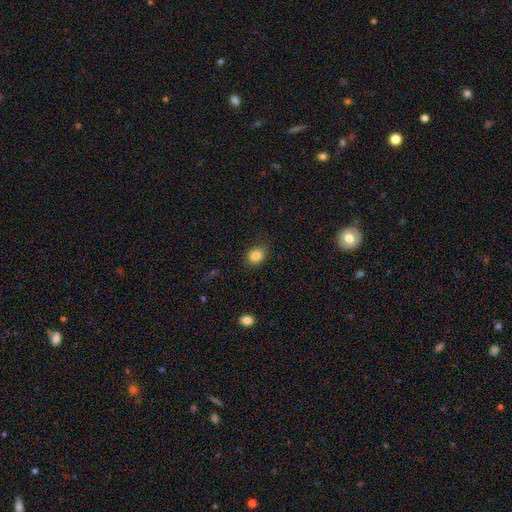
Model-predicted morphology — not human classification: Smooth or featured? Predicted: smooth (p=0.84). How rounded? Predicted: in between (p=0.52). Merging? Predicted: none (p=0.78).